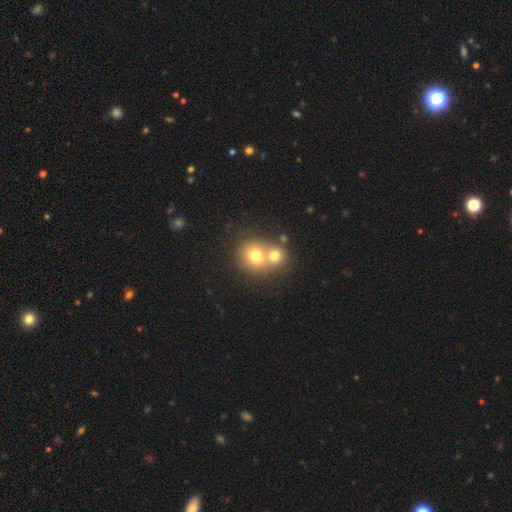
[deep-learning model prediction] Smooth or featured?
  - smooth: 71% *
  - featured or disk: 17%
  - star or artifact: 13%
How rounded?
  - round: 78% *
  - in between: 21%
  - cigar-shaped: 1%
Merging?
  - merger: 59% *
  - none: 33%
  - minor disturbance: 6%
  - major disturbance: 2%